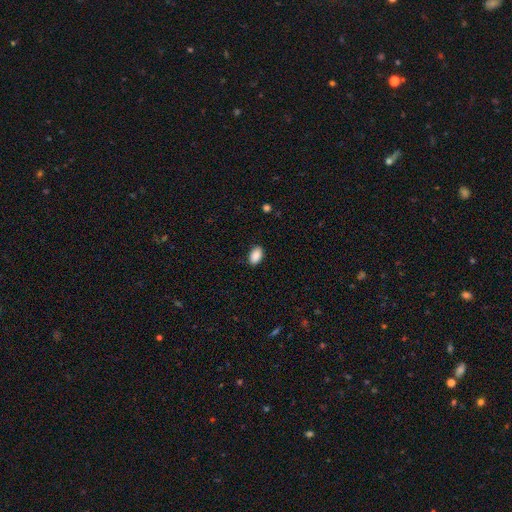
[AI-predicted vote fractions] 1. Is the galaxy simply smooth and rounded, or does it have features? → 90% smooth, 7% star or artifact, 3% featured or disk.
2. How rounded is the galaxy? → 93% in between, 6% round, 2% cigar-shaped.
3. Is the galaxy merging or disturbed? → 88% none, 9% minor disturbance, 2% major disturbance, 1% merger.